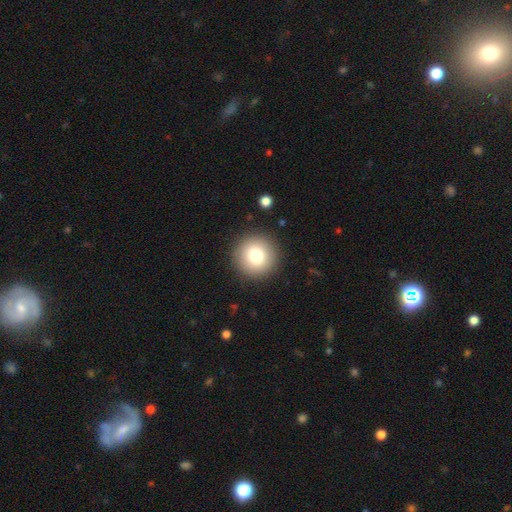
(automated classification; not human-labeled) Smooth or featured: smooth — 77% (featured or disk — 12%)
How rounded: round — 96% (in between — 3%)
Merging: none — 91% (minor disturbance — 5%)